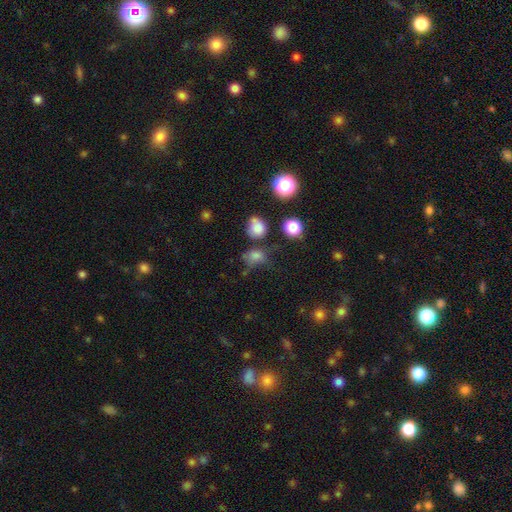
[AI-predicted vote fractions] Q: Smooth or featured?
A: smooth (72%); runner-up: star or artifact (18%)
Q: How rounded?
A: round (50%); runner-up: in between (48%)
Q: Merging?
A: none (48%); runner-up: minor disturbance (23%)